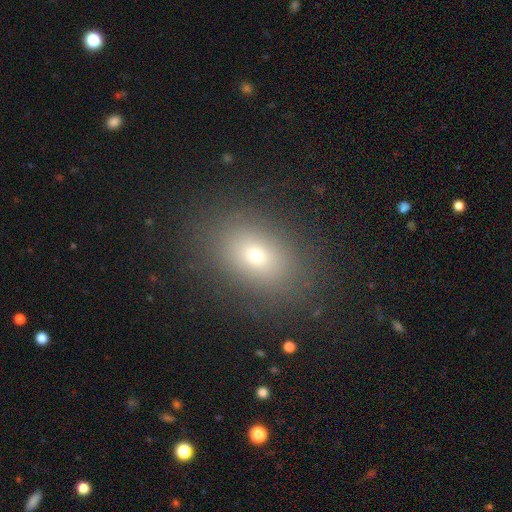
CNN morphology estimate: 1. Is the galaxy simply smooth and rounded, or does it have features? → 68% smooth, 19% star or artifact, 13% featured or disk.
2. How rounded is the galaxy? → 69% in between, 29% round, 2% cigar-shaped.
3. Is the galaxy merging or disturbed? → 86% none, 9% minor disturbance, 4% major disturbance, 1% merger.